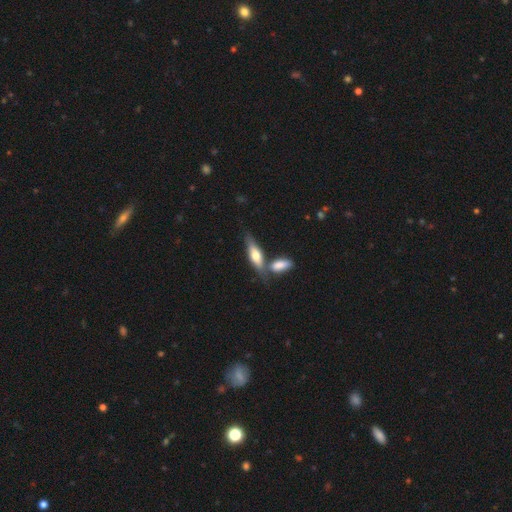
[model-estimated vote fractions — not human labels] Smooth or featured? Predicted: smooth (p=0.54). How rounded? Predicted: cigar-shaped (p=0.51). Merging? Predicted: none (p=0.50).